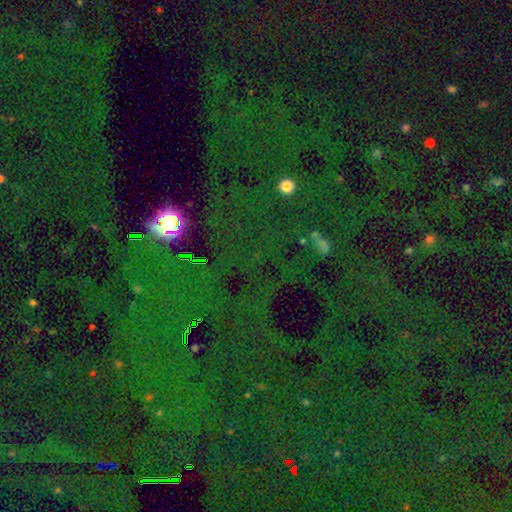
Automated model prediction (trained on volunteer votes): star or artifact 78%, smooth 14%, featured or disk 8%.